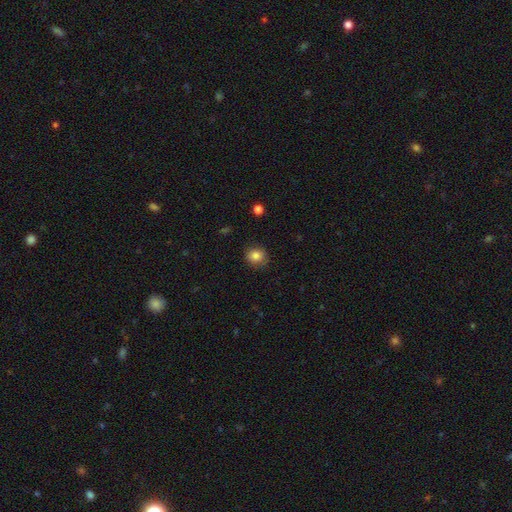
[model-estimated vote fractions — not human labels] Smooth or featured: smooth — 83% (star or artifact — 10%)
How rounded: round — 75% (in between — 24%)
Merging: none — 84% (minor disturbance — 12%)